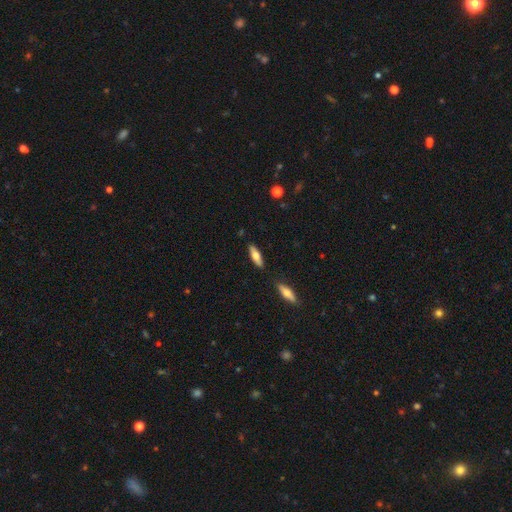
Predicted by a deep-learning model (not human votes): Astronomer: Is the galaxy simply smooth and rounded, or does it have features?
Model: smooth — 62%.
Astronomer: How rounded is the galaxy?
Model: cigar-shaped — 50% (runner-up: in between, 48%).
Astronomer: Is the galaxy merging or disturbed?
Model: none — 84%.